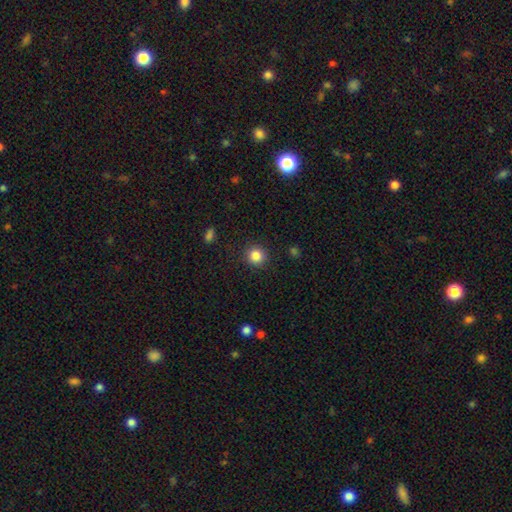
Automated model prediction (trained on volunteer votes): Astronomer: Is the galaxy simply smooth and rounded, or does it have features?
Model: smooth — 84%.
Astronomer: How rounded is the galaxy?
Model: round — 92%.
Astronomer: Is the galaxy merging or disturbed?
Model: none — 90%.